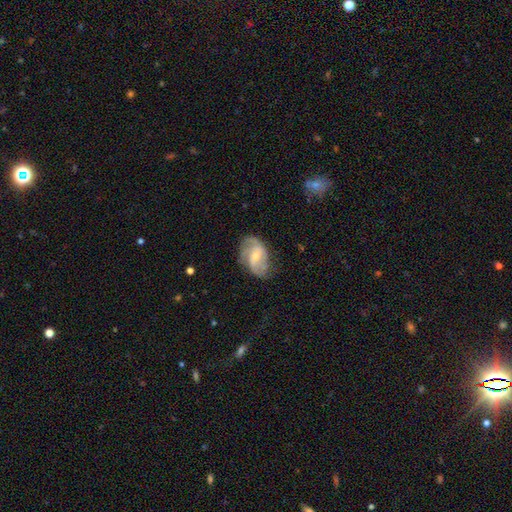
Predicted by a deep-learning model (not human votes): Smooth or featured? Predicted: featured or disk (p=0.76). Edge-on disk? Predicted: no (p=0.97). Bar? Predicted: weak (p=0.50). Spiral arms? Predicted: yes (p=0.93). Spiral winding? Predicted: medium (p=0.45). Spiral arm count? Predicted: 2 (p=0.62). Bulge size? Predicted: small (p=0.55). Merging? Predicted: none (p=0.65).